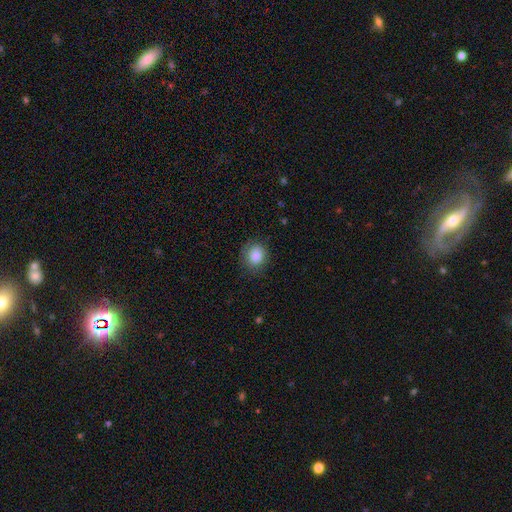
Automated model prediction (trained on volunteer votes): smooth 86%, star or artifact 9%, featured or disk 5%. Down the decision tree: how rounded — round (70%); merging — none (80%).